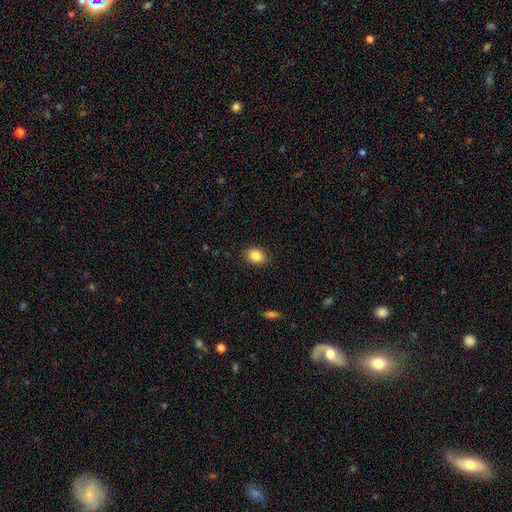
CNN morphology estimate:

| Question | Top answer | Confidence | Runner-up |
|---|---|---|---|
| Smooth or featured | smooth | 86% | star or artifact (9%) |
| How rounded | in between | 59% | round (40%) |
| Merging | none | 88% | minor disturbance (9%) |